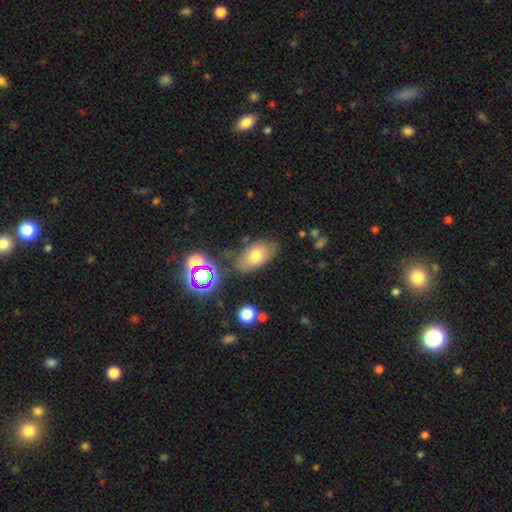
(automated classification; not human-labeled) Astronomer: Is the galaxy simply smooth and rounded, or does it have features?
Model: smooth — 67%.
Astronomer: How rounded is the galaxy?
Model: in between — 89%.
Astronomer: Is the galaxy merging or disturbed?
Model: none — 66%.